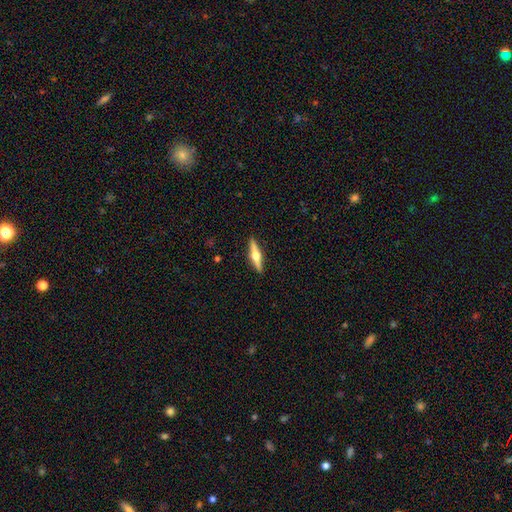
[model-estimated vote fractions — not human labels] Smooth or featured?
  - featured or disk: 69% *
  - smooth: 26%
  - star or artifact: 5%
Edge-on disk?
  - yes: 97% *
  - no: 3%
Edge-on bulge?
  - rounded: 96% *
  - boxy: 2%
  - none: 2%
Merging?
  - none: 91% *
  - minor disturbance: 6%
  - major disturbance: 1%
  - merger: 1%